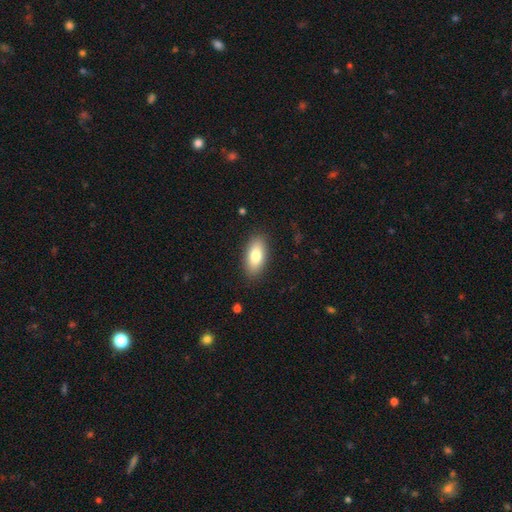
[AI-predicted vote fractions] Overall: smooth (81%). How rounded: in between (88%). Merging: none (87%).